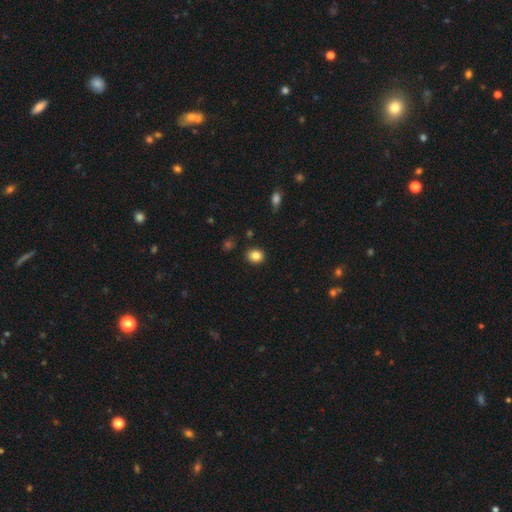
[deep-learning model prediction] Morphology: type=smooth (84%); roundness=round (66%); merging=none (88%).